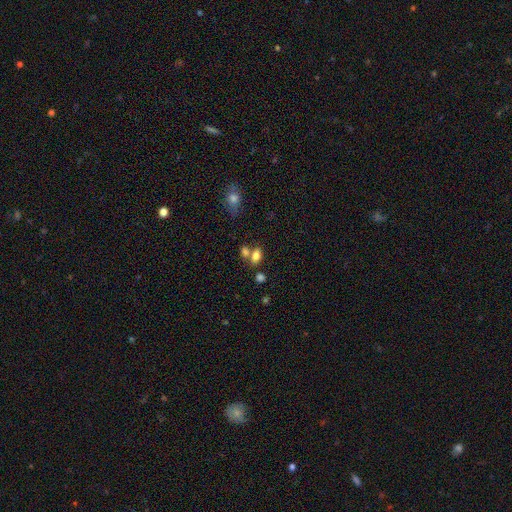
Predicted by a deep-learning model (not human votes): Smooth or featured? Predicted: smooth (p=0.80). How rounded? Predicted: in between (p=0.86). Merging? Predicted: none (p=0.49).